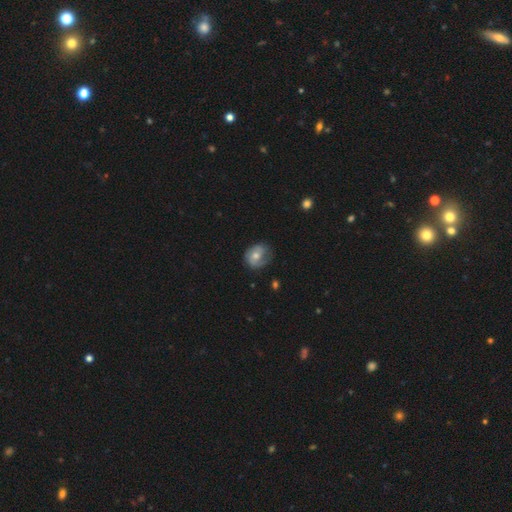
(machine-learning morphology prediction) Smooth or featured? featured or disk (51%)
Edge-on disk? no (97%)
Merging? none (62%)